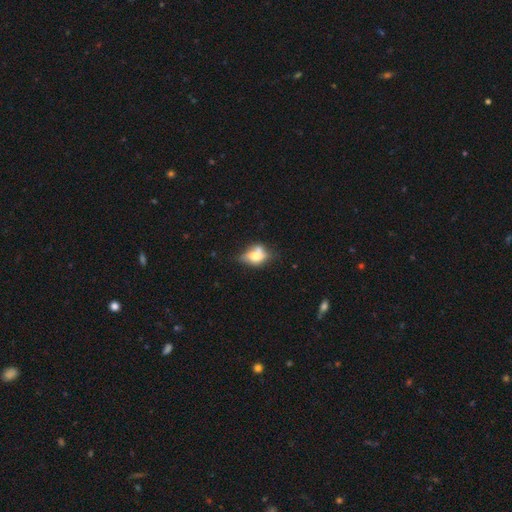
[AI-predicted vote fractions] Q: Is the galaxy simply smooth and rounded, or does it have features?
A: smooth — 56%.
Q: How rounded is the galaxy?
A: in between — 70%.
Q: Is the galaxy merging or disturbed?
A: none — 35%.